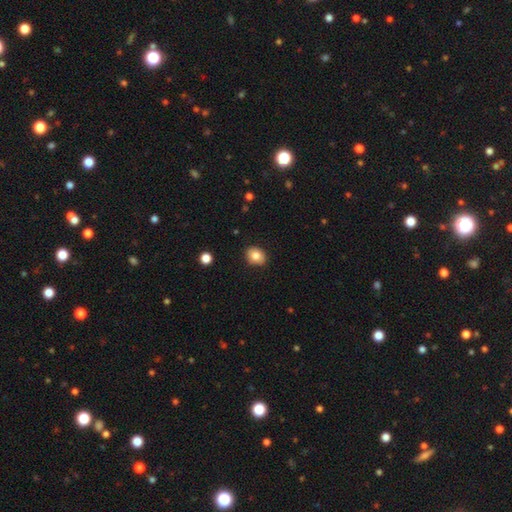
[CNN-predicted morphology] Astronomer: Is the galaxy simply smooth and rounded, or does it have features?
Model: smooth — 82%.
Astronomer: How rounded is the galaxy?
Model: round — 50% (runner-up: in between, 49%).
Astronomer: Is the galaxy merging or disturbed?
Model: none — 87%.